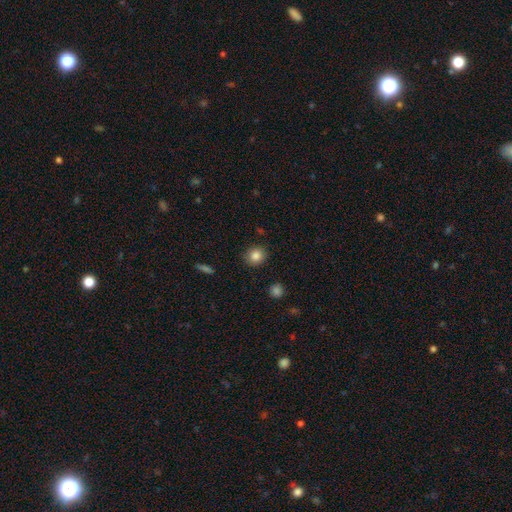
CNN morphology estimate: Smooth or featured? Predicted: smooth (p=0.85). How rounded? Predicted: round (p=0.80). Merging? Predicted: none (p=0.89).